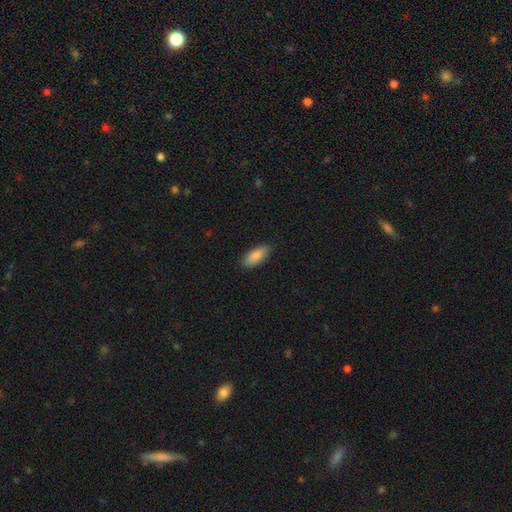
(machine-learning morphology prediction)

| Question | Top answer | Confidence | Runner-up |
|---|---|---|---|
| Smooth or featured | smooth | 88% | featured or disk (6%) |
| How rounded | in between | 80% | cigar-shaped (18%) |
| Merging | none | 86% | minor disturbance (11%) |